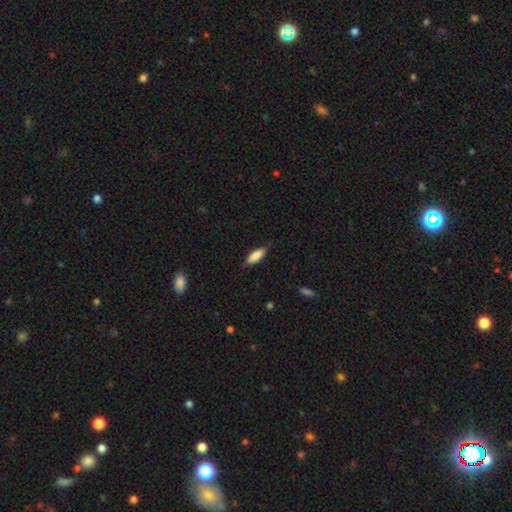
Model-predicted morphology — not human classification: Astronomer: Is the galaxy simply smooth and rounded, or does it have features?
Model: smooth — 82%.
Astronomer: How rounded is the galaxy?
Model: in between — 60% (runner-up: cigar-shaped, 38%).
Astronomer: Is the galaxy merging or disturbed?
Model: none — 79%.